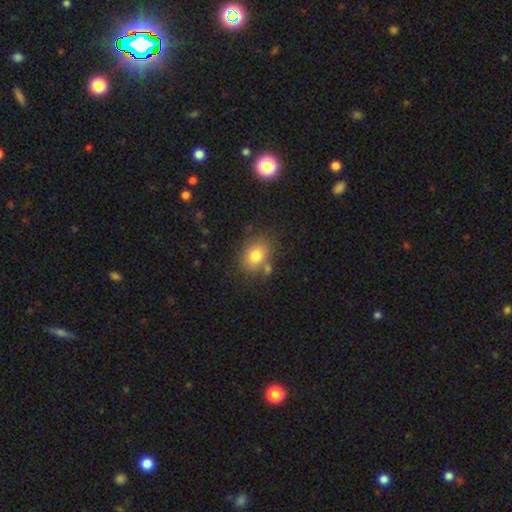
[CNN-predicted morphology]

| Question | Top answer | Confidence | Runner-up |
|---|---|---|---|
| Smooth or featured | smooth | 79% | featured or disk (11%) |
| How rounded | in between | 66% | round (33%) |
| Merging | none | 72% | minor disturbance (14%) |